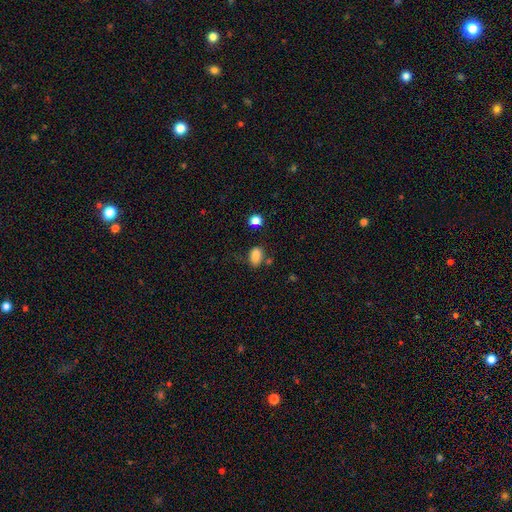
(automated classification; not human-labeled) Q: Smooth or featured?
A: smooth (84%); runner-up: star or artifact (11%)
Q: How rounded?
A: in between (83%); runner-up: round (15%)
Q: Merging?
A: none (64%); runner-up: minor disturbance (20%)